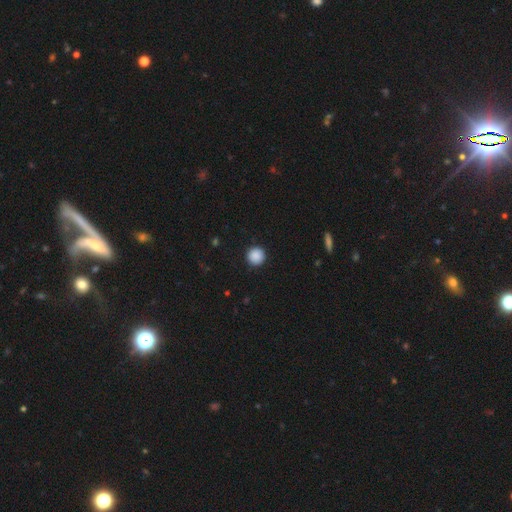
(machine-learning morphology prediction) A smooth galaxy with no disk features (89%) that is round (96%).

Vote fractions:
- Smooth or featured? smooth: 89% / star or artifact: 9% / featured or disk: 2%
- How rounded? round: 96% / in between: 3% / cigar-shaped: 1%
- Merging? none: 93% / minor disturbance: 5% / major disturbance: 2% / merger: 1%